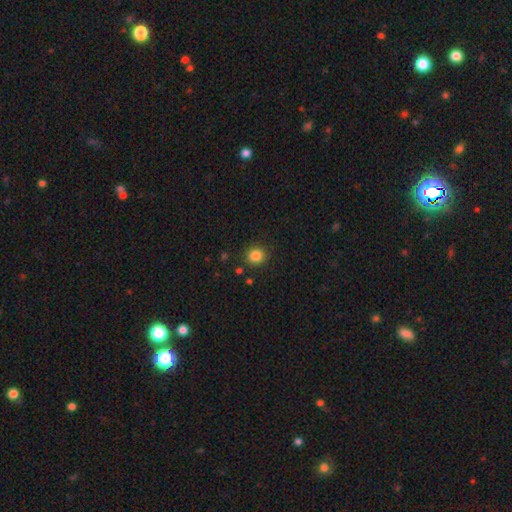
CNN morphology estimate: type=smooth (84%); roundness=round (84%); merging=none (88%).